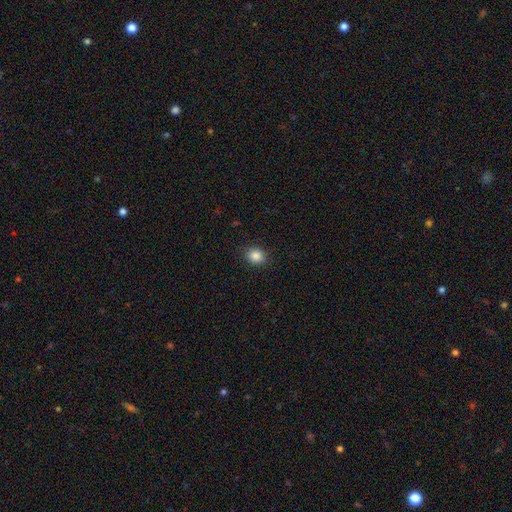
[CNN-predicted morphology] This is clearly a smooth galaxy (86%). How rounded: likely round (63%). Merging: clearly none (89%).